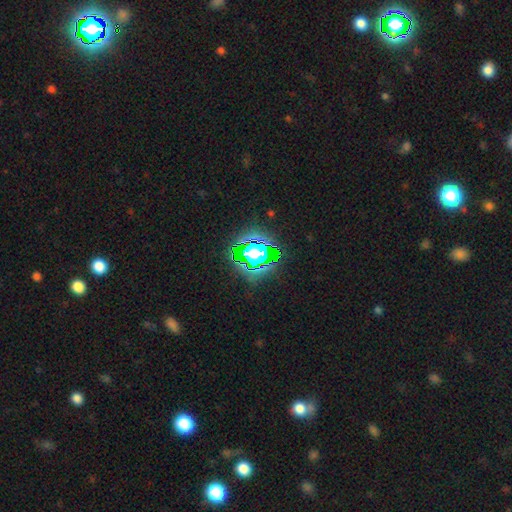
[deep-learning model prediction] Overall: star or artifact (77%).